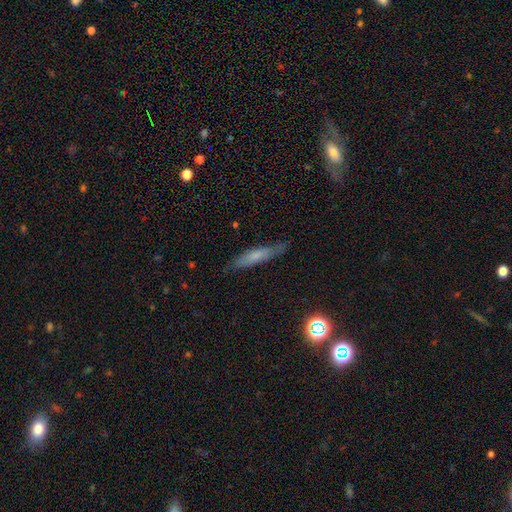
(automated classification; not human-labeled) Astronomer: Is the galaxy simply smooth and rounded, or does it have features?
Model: smooth — 62%.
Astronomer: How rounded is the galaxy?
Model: cigar-shaped — 85%.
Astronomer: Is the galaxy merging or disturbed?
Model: none — 77%.